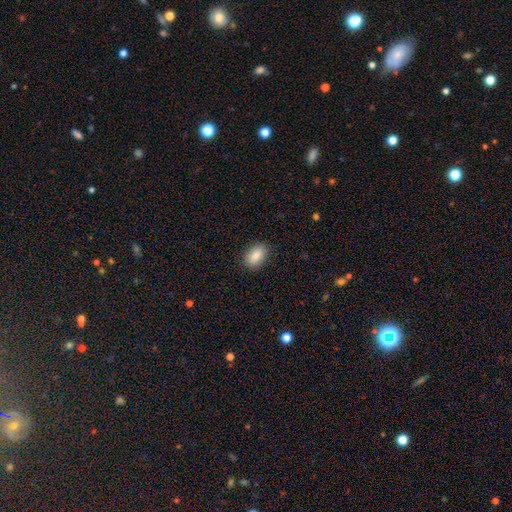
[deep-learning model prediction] Smooth or featured: smooth — 88% (star or artifact — 7%)
How rounded: in between — 89% (round — 10%)
Merging: none — 87% (minor disturbance — 10%)